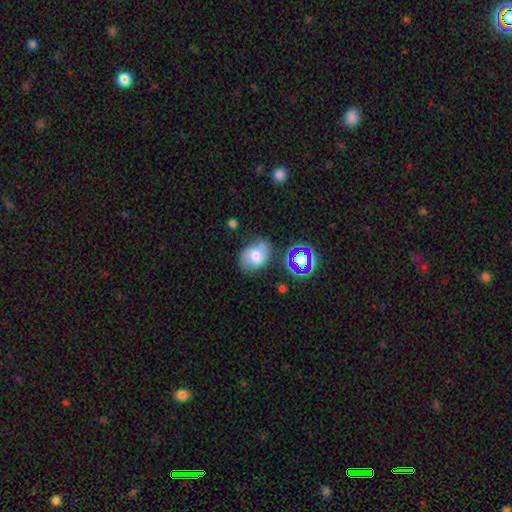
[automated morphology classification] A smooth galaxy with no disk features (53%) that is in between round and cigar-shaped (54%). Merging: none (59%).